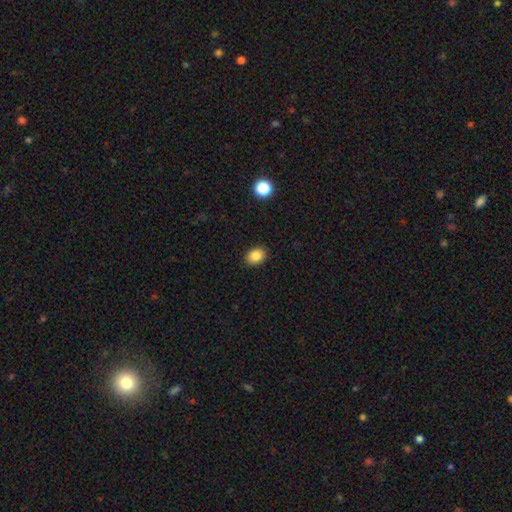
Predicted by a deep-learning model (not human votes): The model was most divided on "how rounded": in between: 62%, round: 37%, cigar-shaped: 1%. More confident: merging — none (90%); smooth or featured — smooth (85%).